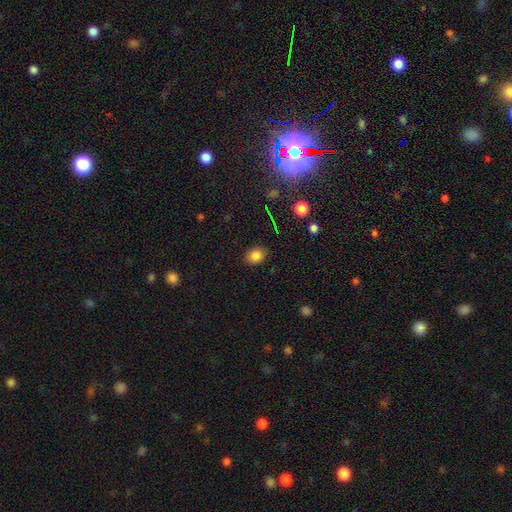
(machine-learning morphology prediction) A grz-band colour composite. It shows a smooth galaxy with no disk features (82%) that is in between round and cigar-shaped (57%). Merging: none (86%).